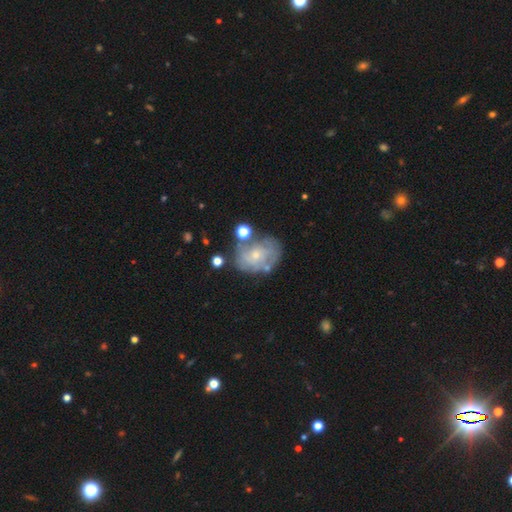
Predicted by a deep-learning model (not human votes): Overall: featured or disk (62%; smooth 30%). Edge-on disk: no (97%). Bar: no (81%). Spiral arms: yes (57%; no 43%). Bulge size: small (70%). Merging: none (52%; minor disturbance 24%).